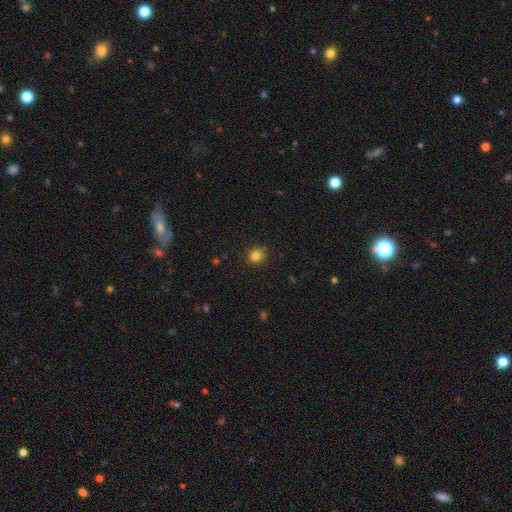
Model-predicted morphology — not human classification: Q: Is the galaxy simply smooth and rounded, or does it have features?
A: smooth — 82%.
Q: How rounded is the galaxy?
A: round — 81%.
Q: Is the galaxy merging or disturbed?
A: none — 87%.